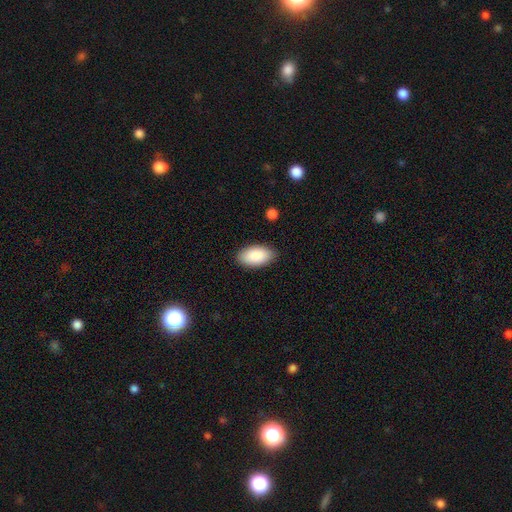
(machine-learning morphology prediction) Q: Smooth or featured?
A: smooth (89%); runner-up: star or artifact (6%)
Q: How rounded?
A: in between (95%); runner-up: round (3%)
Q: Merging?
A: none (86%); runner-up: minor disturbance (11%)